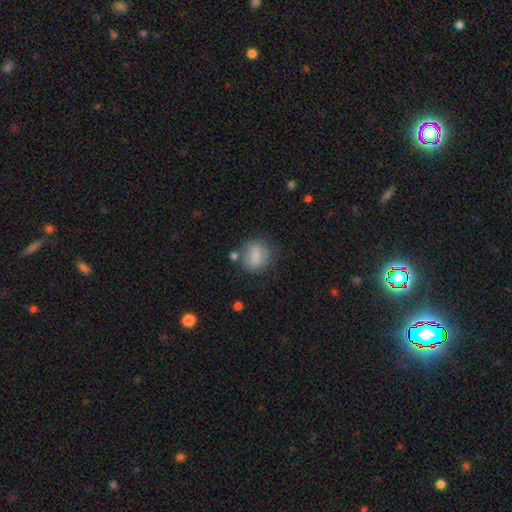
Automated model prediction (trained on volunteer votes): Smooth or featured? smooth (78%)
How rounded? round (63%)
Merging? none (68%)